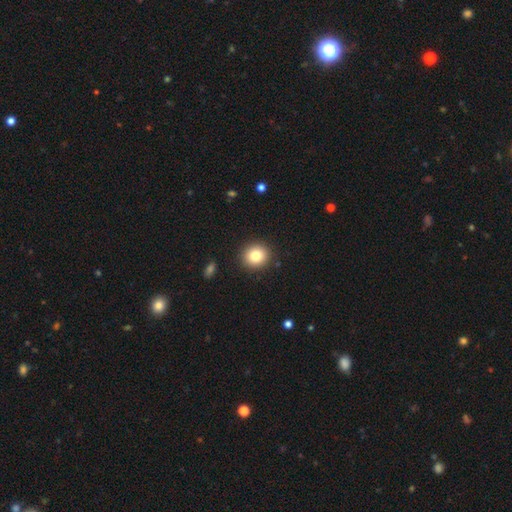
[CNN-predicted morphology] This is clearly a smooth galaxy (82%). How rounded: clearly round (86%). Merging: clearly none (90%).